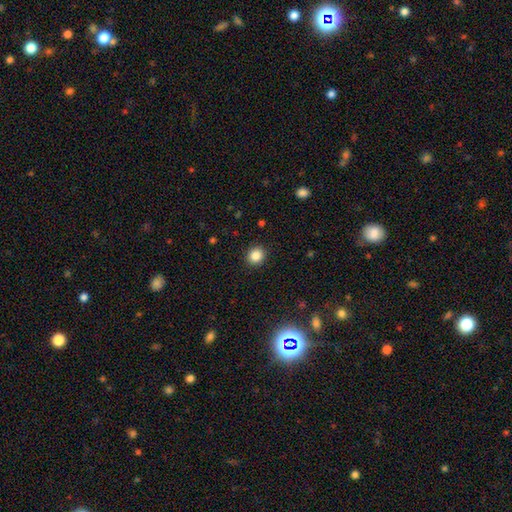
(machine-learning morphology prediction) Smooth or featured?
  - smooth: 85% *
  - star or artifact: 11%
  - featured or disk: 4%
How rounded?
  - round: 84% *
  - in between: 15%
  - cigar-shaped: 1%
Merging?
  - none: 92% *
  - minor disturbance: 5%
  - major disturbance: 2%
  - merger: 1%